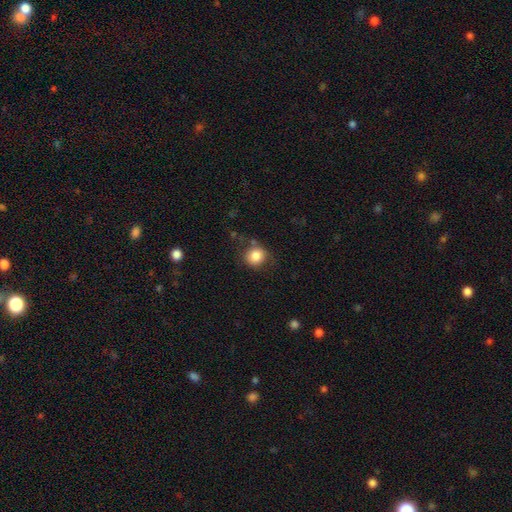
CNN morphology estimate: This is clearly a smooth galaxy (83%). How rounded: clearly round (85%). Merging: likely none (74%).